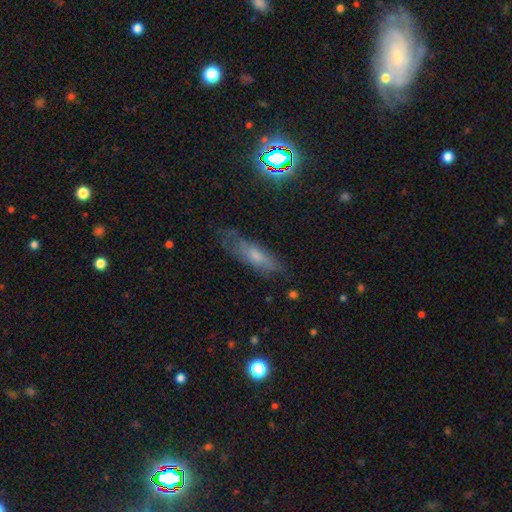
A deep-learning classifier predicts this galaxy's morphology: The model was most divided on "how rounded": cigar-shaped: 50%, in between: 47%, round: 3%. More confident: merging — none (61%); smooth or featured — smooth (54%).